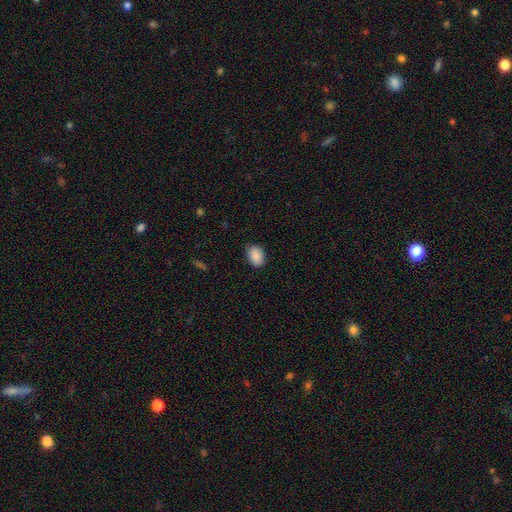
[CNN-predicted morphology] smooth 89%, star or artifact 7%, featured or disk 4%. Down the decision tree: how rounded — in between (81%); merging — none (85%).